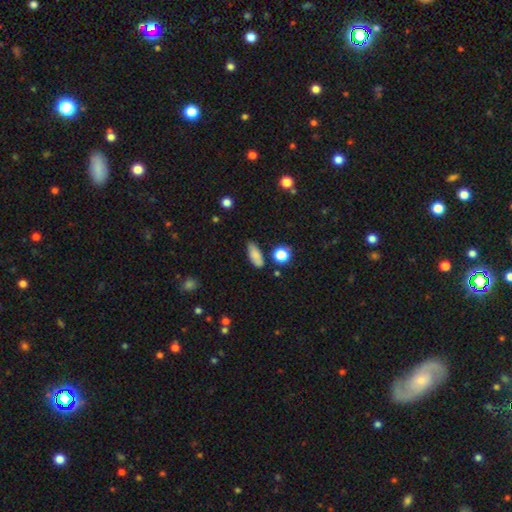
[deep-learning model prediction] Overall: smooth (81%). How rounded: in between (71%). Merging: none (73%).